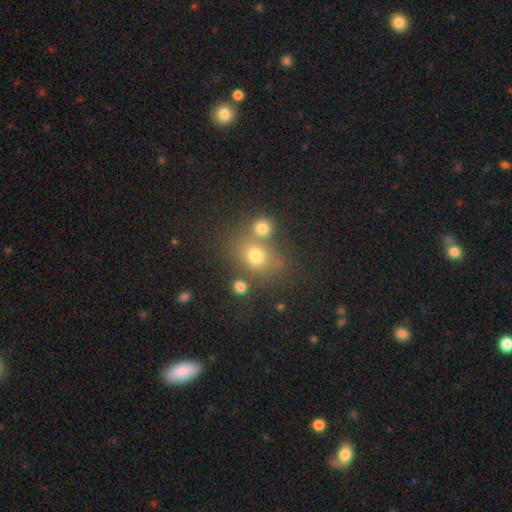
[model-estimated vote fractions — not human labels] Q: Smooth or featured?
A: smooth (70%); runner-up: star or artifact (17%)
Q: How rounded?
A: round (64%); runner-up: in between (35%)
Q: Merging?
A: none (55%); runner-up: merger (29%)